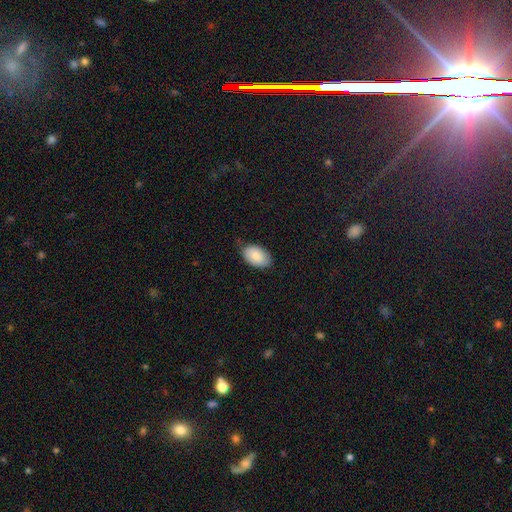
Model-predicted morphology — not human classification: Overall: smooth (87%). How rounded: in between (94%). Merging: none (77%).